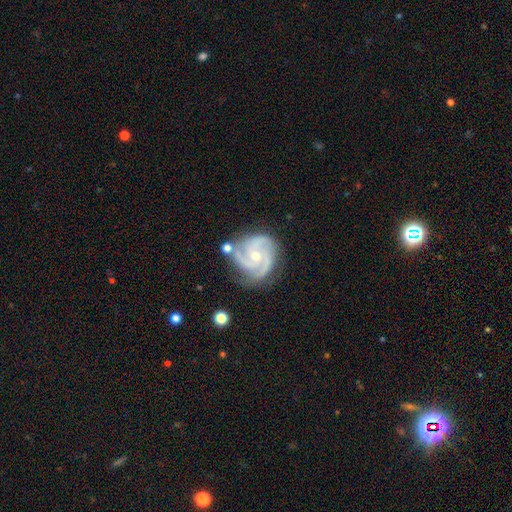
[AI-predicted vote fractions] Smooth or featured: featured or disk — 91% (star or artifact — 4%)
Edge-on disk: no — 98% (yes — 2%)
Bar: no — 70% (weak — 24%)
Spiral arms: yes — 98% (no — 2%)
Spiral winding: tight — 55% (medium — 40%)
Spiral arm count: 3 — 73% (4 — 10%)
Bulge size: small — 51% (moderate — 47%)
Merging: none — 68% (minor disturbance — 21%)